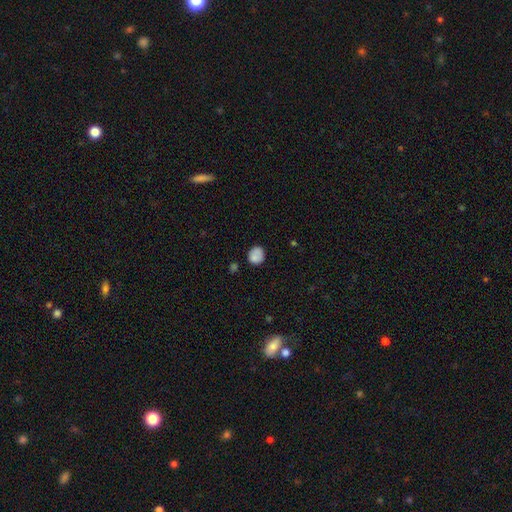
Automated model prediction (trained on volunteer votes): smooth_or_featured: smooth (p=0.82) [alt: star or artifact p=0.09]
how_rounded: round (p=0.74) [alt: in between p=0.25]
merging: none (p=0.71) [alt: minor disturbance p=0.20]